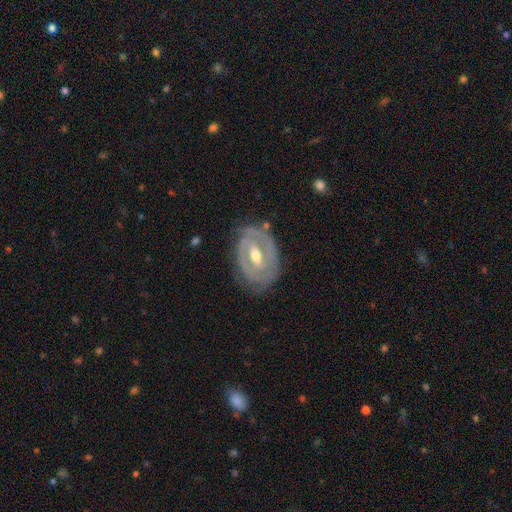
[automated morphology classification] Overall: featured or disk (83%). Edge-on disk: no (95%). Bar: weak (43%; strong 36%). Spiral arms: yes (77%). Spiral arm count: 2 (60%; can't tell 22%). Spiral winding: tight (69%). Bulge size: moderate (68%). Merging: none (74%).